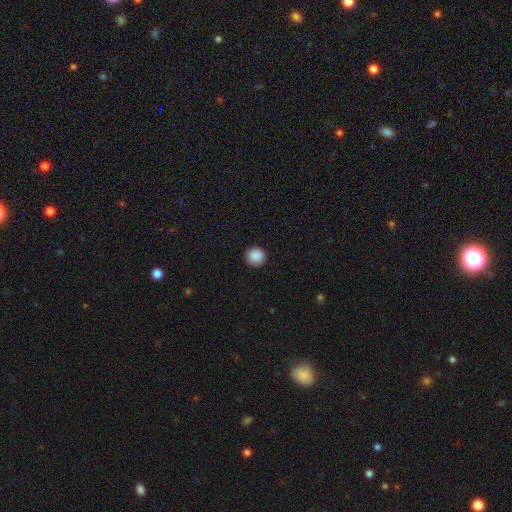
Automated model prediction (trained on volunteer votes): Smooth or featured? Predicted: smooth (p=0.89). How rounded? Predicted: round (p=0.95). Merging? Predicted: none (p=0.93).